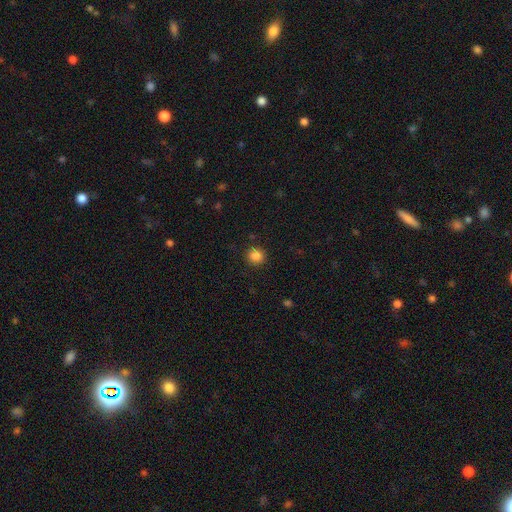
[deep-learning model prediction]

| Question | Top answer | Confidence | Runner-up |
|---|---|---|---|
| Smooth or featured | smooth | 86% | star or artifact (11%) |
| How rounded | round | 91% | in between (8%) |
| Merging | none | 90% | minor disturbance (6%) |